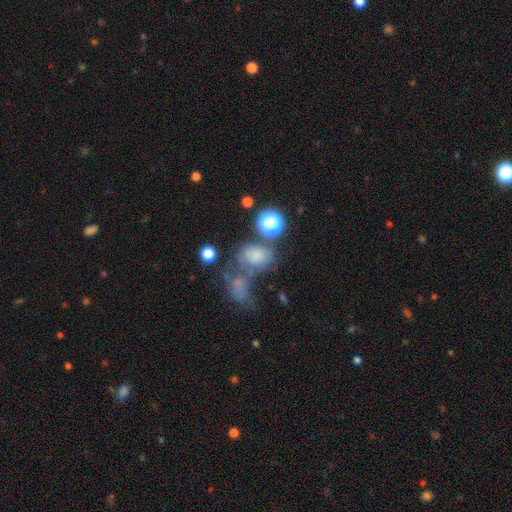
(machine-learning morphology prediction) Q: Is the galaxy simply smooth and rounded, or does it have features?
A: smooth — 66%.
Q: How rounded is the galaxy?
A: in between — 58%.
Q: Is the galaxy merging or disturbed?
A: merger — 35%.